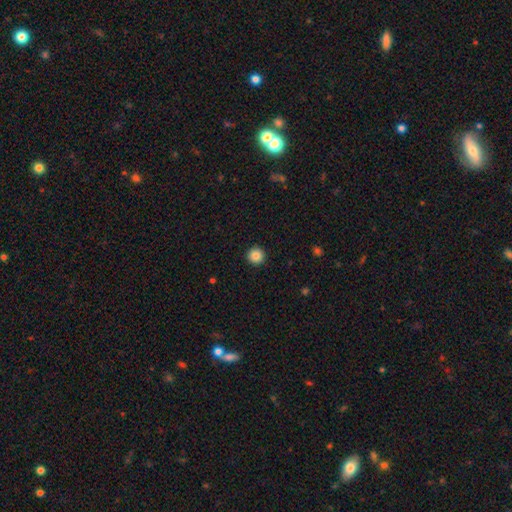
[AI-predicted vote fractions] smooth_or_featured: smooth (p=0.86) [alt: star or artifact p=0.10]
how_rounded: round (p=0.96) [alt: in between p=0.03]
merging: none (p=0.93) [alt: minor disturbance p=0.04]